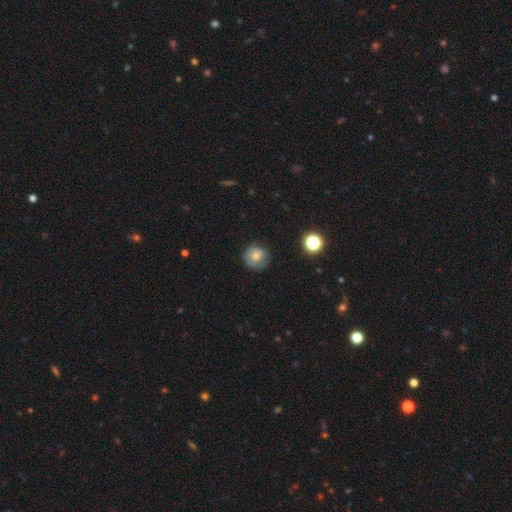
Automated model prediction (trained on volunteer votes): A smooth galaxy with no disk features (64%) that is round (89%).

Vote fractions:
- Smooth or featured? smooth: 64% / featured or disk: 26% / star or artifact: 11%
- How rounded? round: 89% / in between: 10% / cigar-shaped: 1%
- Merging? none: 73% / minor disturbance: 20% / major disturbance: 5% / merger: 1%